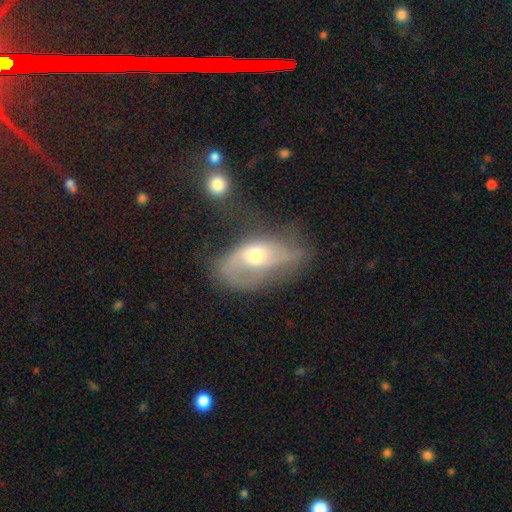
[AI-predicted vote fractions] A featured or disk galaxy (57%) with no bar (72%), spiral arms (64%) and a moderate central bulge (60%). Merging: major disturbance (41%).